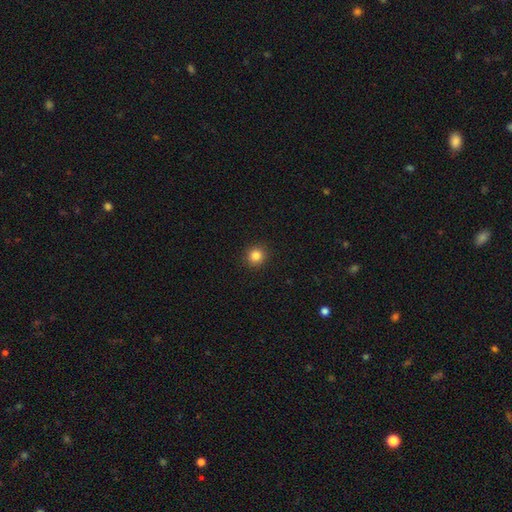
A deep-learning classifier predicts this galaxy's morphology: smooth_or_featured: smooth (p=0.85) [alt: star or artifact p=0.11]
how_rounded: round (p=0.92) [alt: in between p=0.07]
merging: none (p=0.92) [alt: minor disturbance p=0.05]